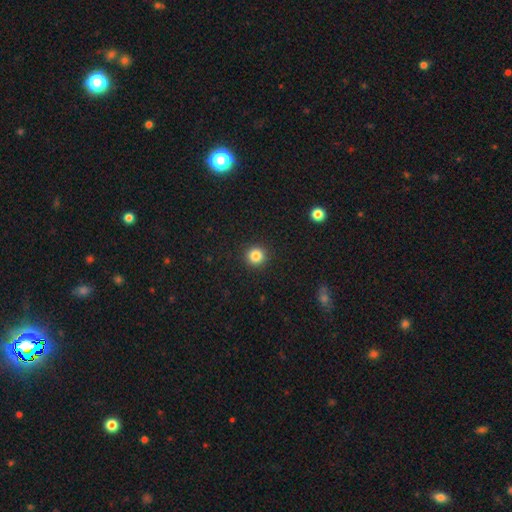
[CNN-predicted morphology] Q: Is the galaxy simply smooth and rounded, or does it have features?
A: smooth — 85%.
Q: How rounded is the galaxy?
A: round — 94%.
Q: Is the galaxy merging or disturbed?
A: none — 93%.